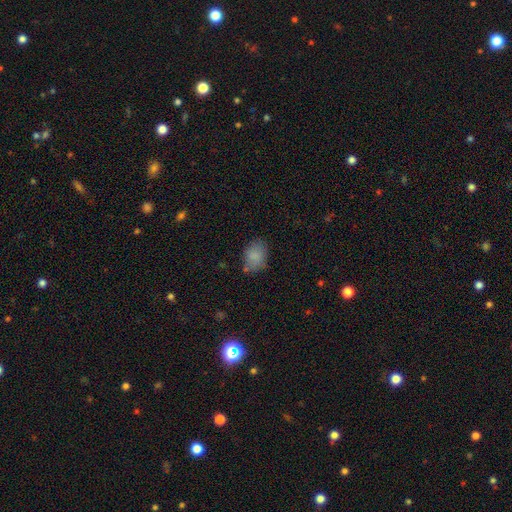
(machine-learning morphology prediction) Overall: smooth (83%). How rounded: in between (75%). Merging: none (67%).